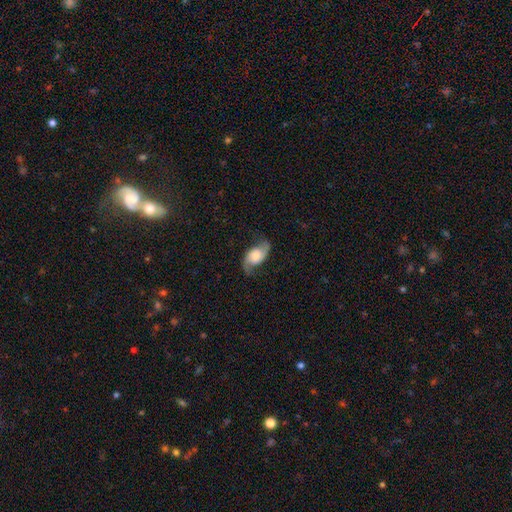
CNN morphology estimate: type=featured or disk (76%); edge-on=no (96%); bar=no (69%); spiral arms=yes (95%); winding=loose (59%); arm count=2 (93%); bulge=moderate (35%); merging=none (75%).